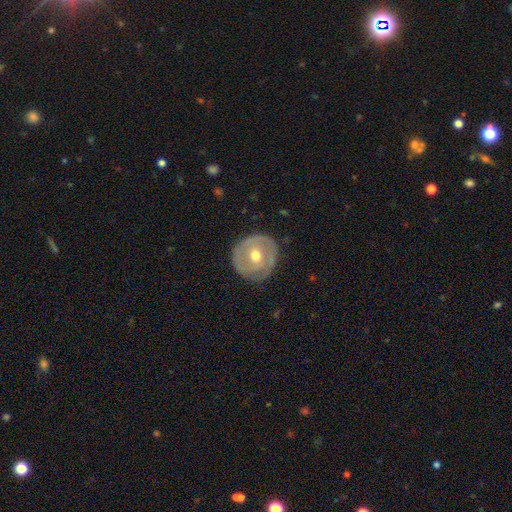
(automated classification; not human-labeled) This appears to be a featured or disk galaxy (62%) with no bar (61%), spiral arms (53%) and a moderate central bulge (76%). Merging: none (79%).